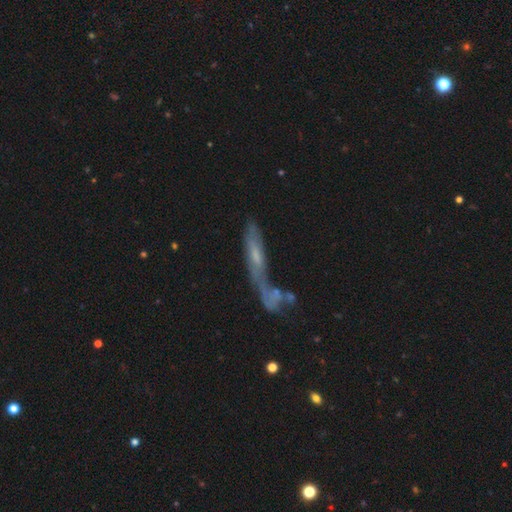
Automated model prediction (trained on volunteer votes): A featured or disk galaxy (52%). Merging: merger (42%).